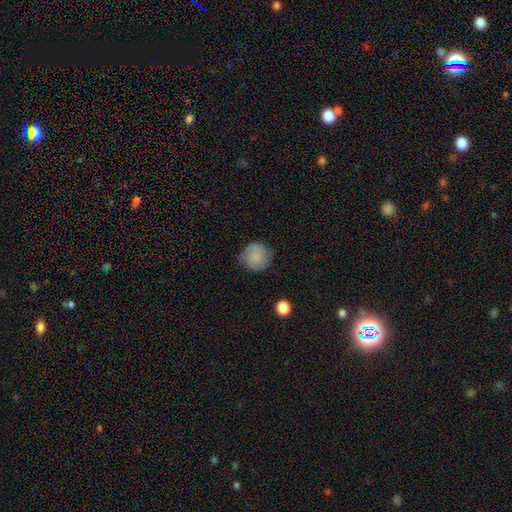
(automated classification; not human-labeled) Morphology: type=smooth (78%); roundness=round (90%); merging=none (73%).